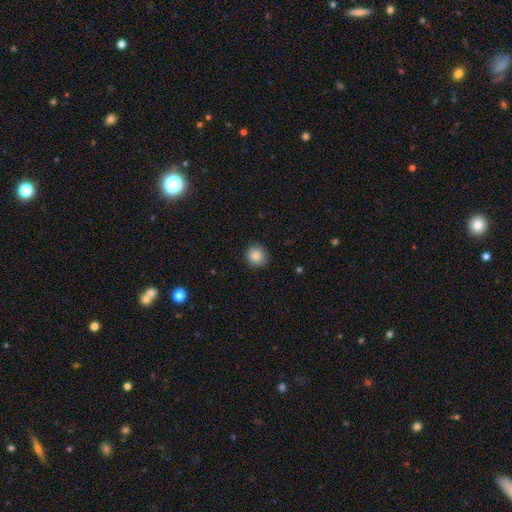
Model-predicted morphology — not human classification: A smooth galaxy with no disk features (87%) that is round (89%).

Vote fractions:
- Smooth or featured? smooth: 87% / star or artifact: 9% / featured or disk: 4%
- How rounded? round: 89% / in between: 10% / cigar-shaped: 1%
- Merging? none: 89% / minor disturbance: 8% / major disturbance: 2% / merger: 1%